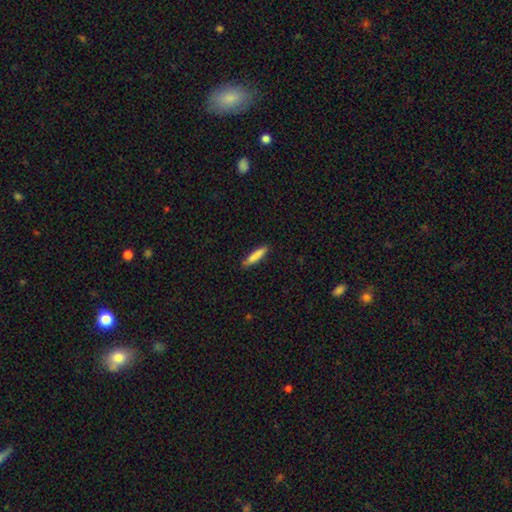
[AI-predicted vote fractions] smooth_or_featured: smooth (p=0.84) [alt: featured or disk p=0.10]
how_rounded: cigar-shaped (p=0.84) [alt: in between p=0.15]
merging: none (p=0.84) [alt: minor disturbance p=0.13]